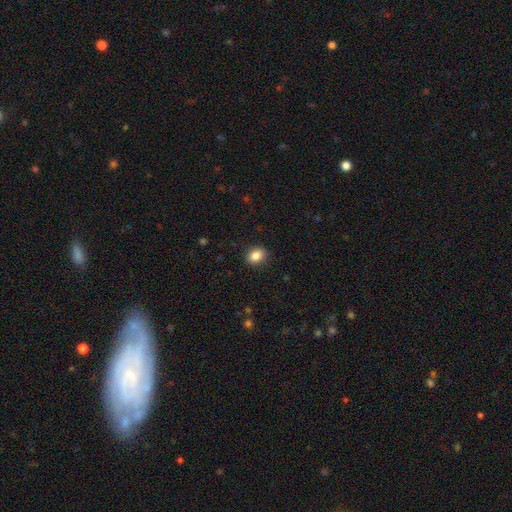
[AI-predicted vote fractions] Smooth or featured: smooth — 86% (star or artifact — 9%)
How rounded: in between — 58% (round — 41%)
Merging: none — 89% (minor disturbance — 7%)